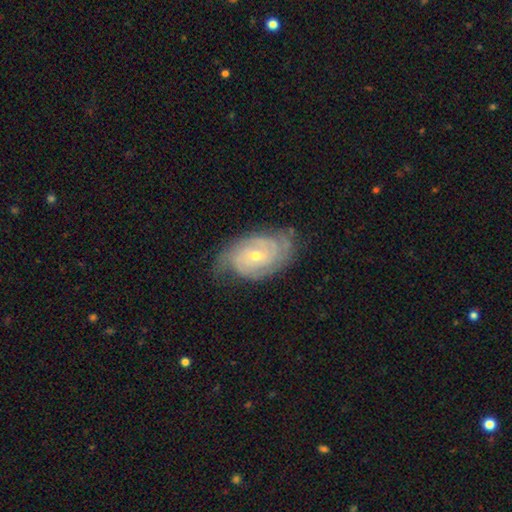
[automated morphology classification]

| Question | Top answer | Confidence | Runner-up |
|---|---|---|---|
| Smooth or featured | featured or disk | 84% | smooth (11%) |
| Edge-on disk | no | 96% | yes (4%) |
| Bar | no | 55% | weak (38%) |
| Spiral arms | yes | 96% | no (4%) |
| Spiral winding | tight | 69% | medium (25%) |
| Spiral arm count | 2 | 30% | tied: can't tell (30%) |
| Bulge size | small | 58% | moderate (39%) |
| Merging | none | 69% | minor disturbance (23%) |